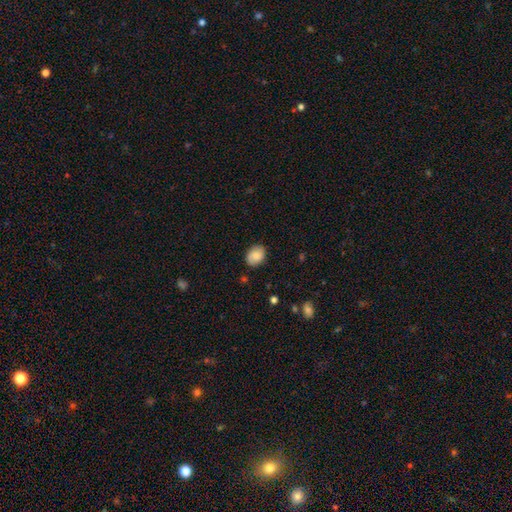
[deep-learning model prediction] Smooth or featured? Predicted: smooth (p=0.82). How rounded? Predicted: in between (p=0.63). Merging? Predicted: none (p=0.83).